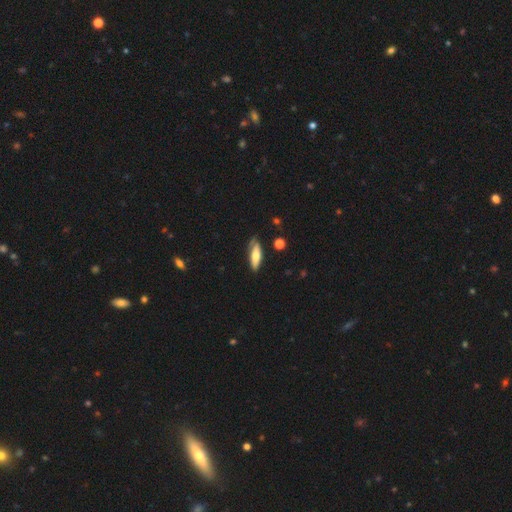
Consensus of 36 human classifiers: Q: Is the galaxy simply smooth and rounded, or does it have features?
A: smooth — 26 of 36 (72%).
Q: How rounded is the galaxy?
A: in between — 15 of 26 (58%).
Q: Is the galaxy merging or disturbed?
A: none — 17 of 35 (49%).